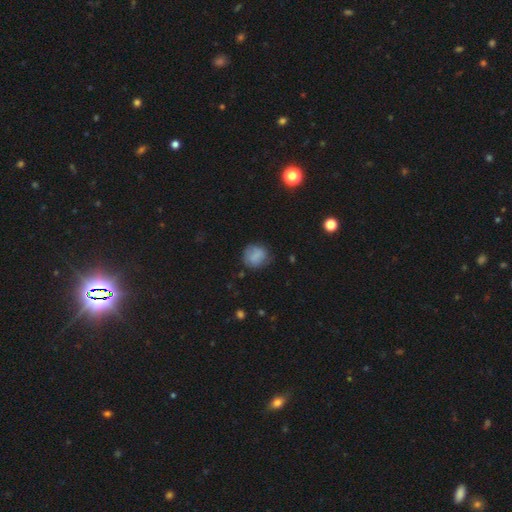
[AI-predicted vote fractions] smooth 79%, featured or disk 11%, star or artifact 10%. Down the decision tree: how rounded — round (80%); merging — none (68%).